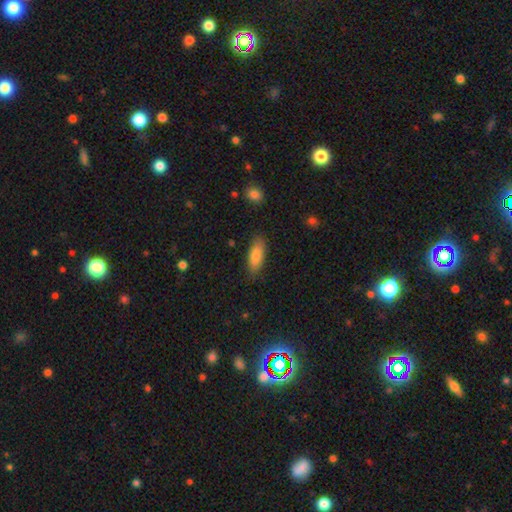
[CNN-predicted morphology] Smooth or featured?
  - smooth: 82% *
  - featured or disk: 12%
  - star or artifact: 7%
How rounded?
  - in between: 69% *
  - cigar-shaped: 29%
  - round: 2%
Merging?
  - none: 84% *
  - minor disturbance: 12%
  - major disturbance: 3%
  - merger: 1%